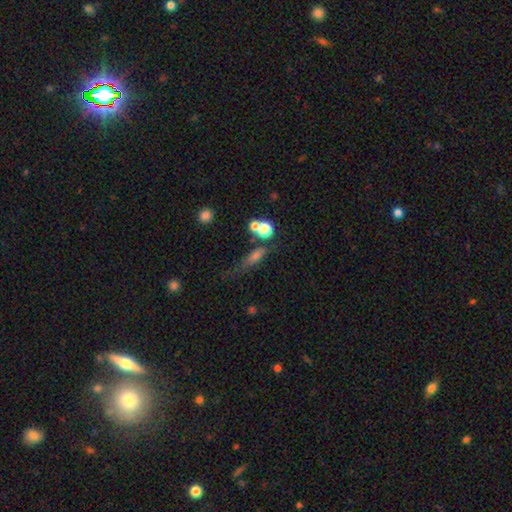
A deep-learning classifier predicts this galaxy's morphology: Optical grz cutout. It shows a smooth galaxy with no disk features (59%) that is in between round and cigar-shaped (41%). Merging: none (47%).